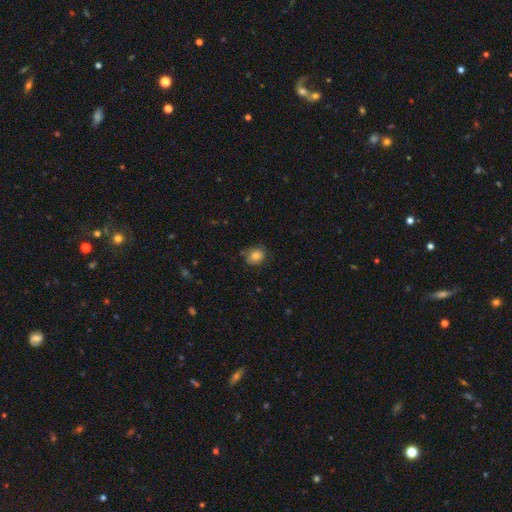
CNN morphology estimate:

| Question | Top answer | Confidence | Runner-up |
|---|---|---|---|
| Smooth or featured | smooth | 80% | featured or disk (11%) |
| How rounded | round | 64% | in between (35%) |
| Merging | none | 71% | minor disturbance (22%) |